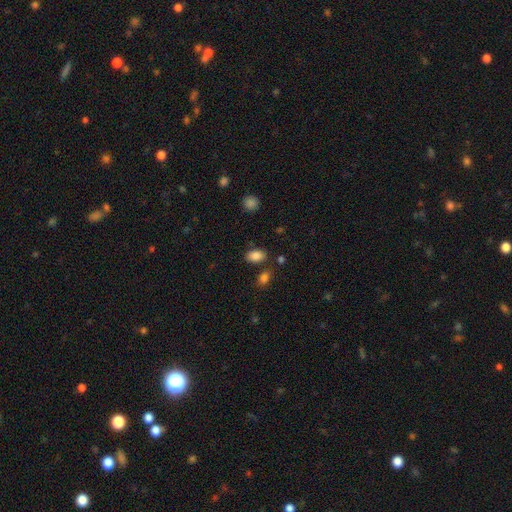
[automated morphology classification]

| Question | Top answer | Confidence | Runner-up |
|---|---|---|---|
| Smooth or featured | smooth | 86% | star or artifact (9%) |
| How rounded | in between | 90% | round (9%) |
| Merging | none | 78% | minor disturbance (12%) |